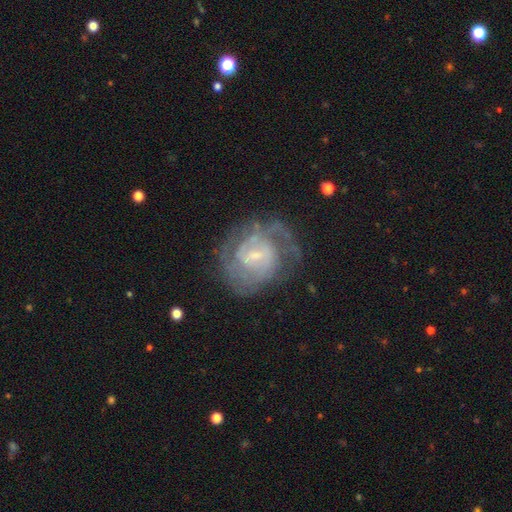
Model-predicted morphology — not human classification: This appears to be a featured or disk galaxy (84%) with a weak bar (60%), 2 (42%) tight (53%) spiral arms (94%) and a small central bulge (60%). Merging: none (66%).